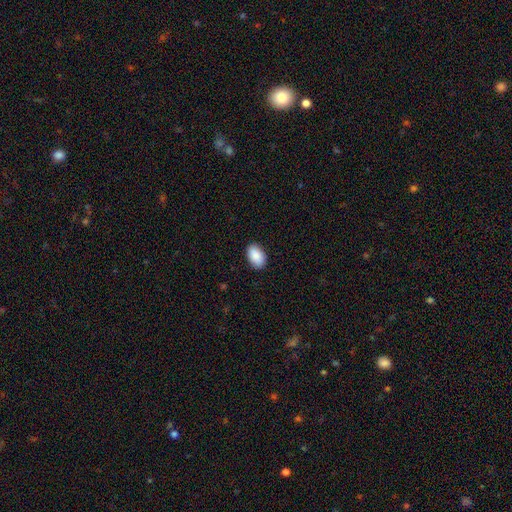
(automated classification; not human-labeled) smooth-or-featured: smooth: 90% | star or artifact: 6% | featured or disk: 4%
  how-rounded: in between: 92% | round: 7% | cigar-shaped: 1%
  merging: none: 89% | minor disturbance: 8% | major disturbance: 2% | merger: 1%